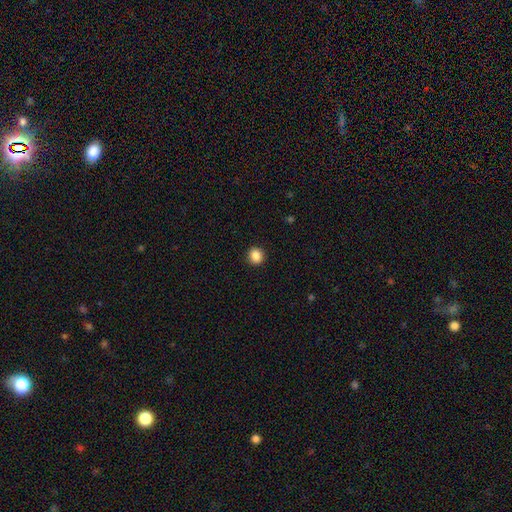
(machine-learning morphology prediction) smooth_or_featured: smooth (p=0.87) [alt: star or artifact p=0.10]
how_rounded: round (p=0.87) [alt: in between p=0.12]
merging: none (p=0.92) [alt: minor disturbance p=0.05]